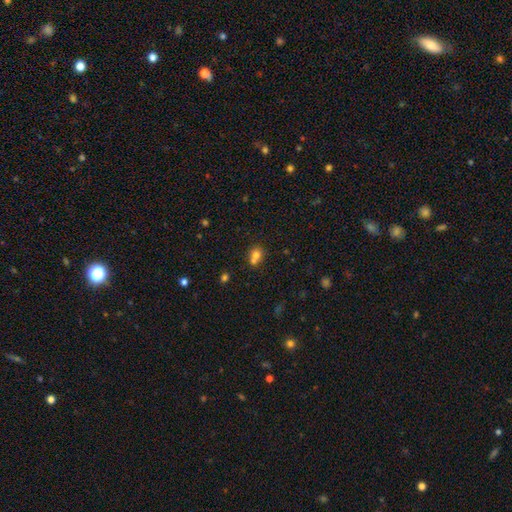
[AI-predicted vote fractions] This is likely a smooth galaxy (72%). How rounded: likely round (71%). Merging: possibly merger (52%).